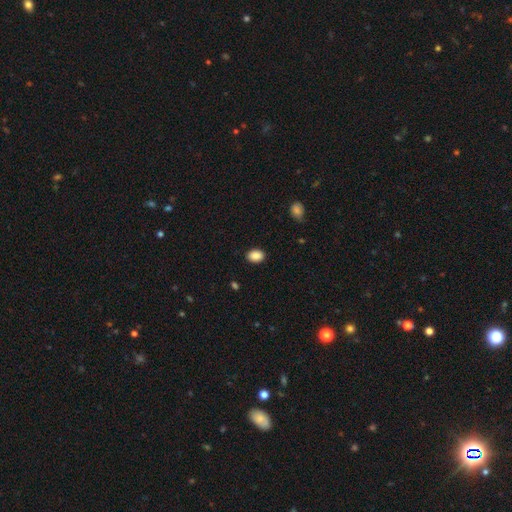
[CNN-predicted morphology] This is clearly a smooth galaxy (88%). How rounded: likely in between (75%). Merging: clearly none (89%).